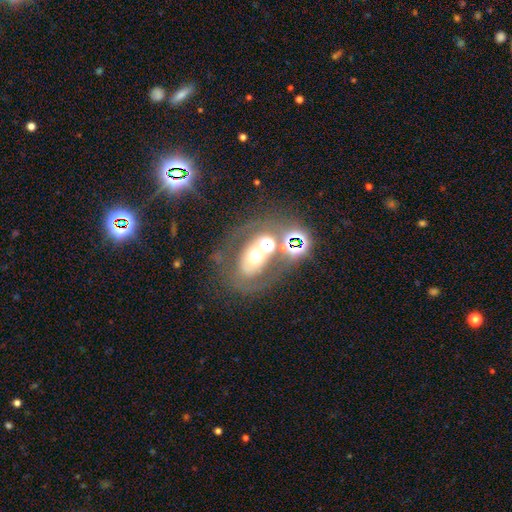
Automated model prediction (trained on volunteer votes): This appears to be a smooth galaxy with no disk features (36%, tied with featured or disk). Merging: none (51%).